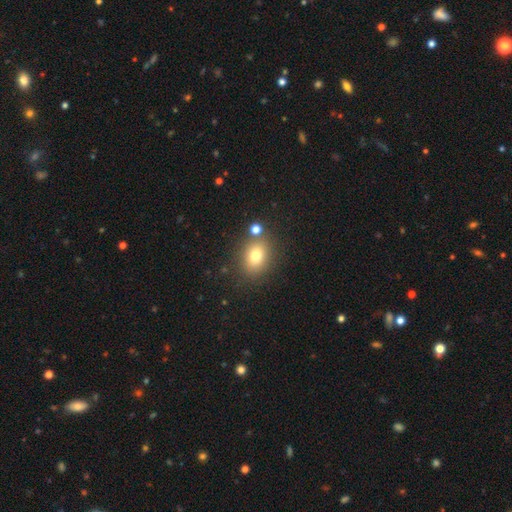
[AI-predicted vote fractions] The model was most divided on "how rounded": in between: 59%, round: 40%, cigar-shaped: 1%. More confident: smooth or featured — smooth (78%); merging — none (75%).